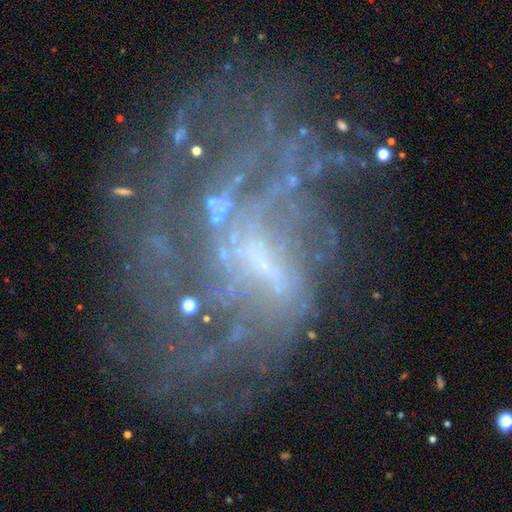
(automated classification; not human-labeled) The model was most divided on "bulge size": small: 40%, none: 37%, moderate: 19%, large: 3%, dominant: 1%. Remaining: edge-on disk — no (97%); smooth or featured — featured or disk (78%); spiral arms — yes (71%); spiral arm count — can't tell (47%); bar — weak (44%); merging — none (41%); spiral winding — loose (39%).